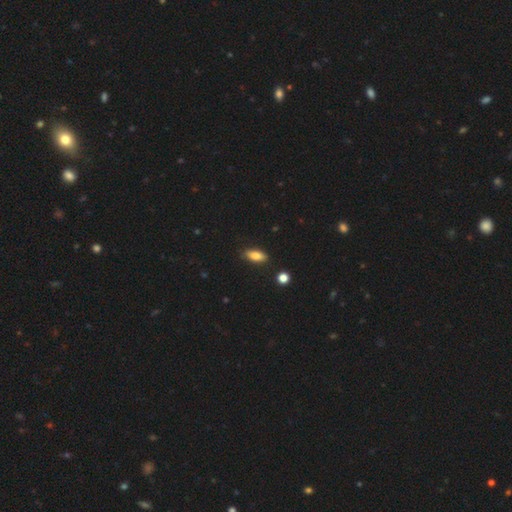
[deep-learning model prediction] Smooth or featured: smooth — 83% (featured or disk — 10%)
How rounded: in between — 79% (cigar-shaped — 18%)
Merging: none — 85% (minor disturbance — 11%)